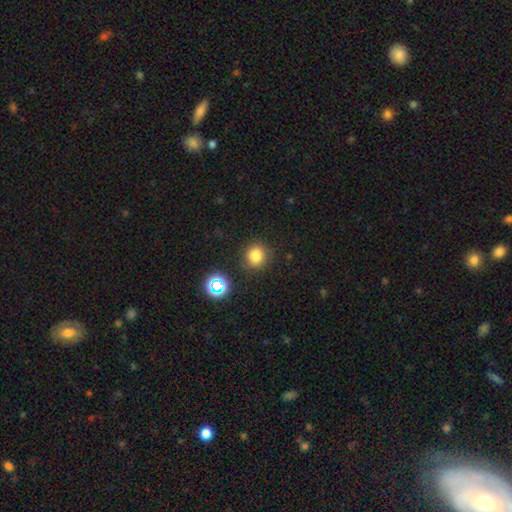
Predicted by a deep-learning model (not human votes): Smooth or featured?
  - smooth: 80% *
  - star or artifact: 15%
  - featured or disk: 5%
How rounded?
  - round: 84% *
  - in between: 15%
  - cigar-shaped: 1%
Merging?
  - none: 86% *
  - minor disturbance: 8%
  - major disturbance: 3%
  - merger: 2%